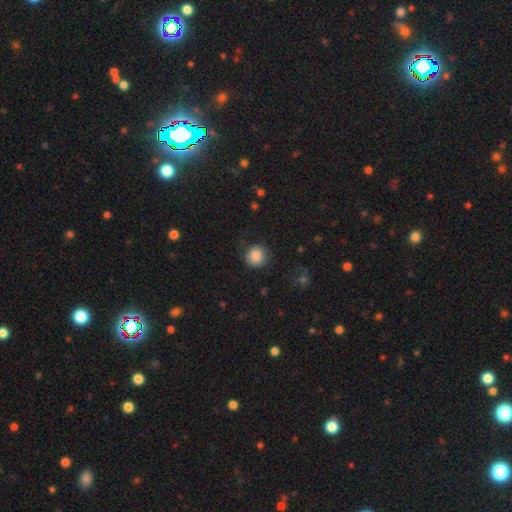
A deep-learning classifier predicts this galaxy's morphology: This appears to be a smooth galaxy with no disk features (86%) that is round (91%). Merging: none (79%).